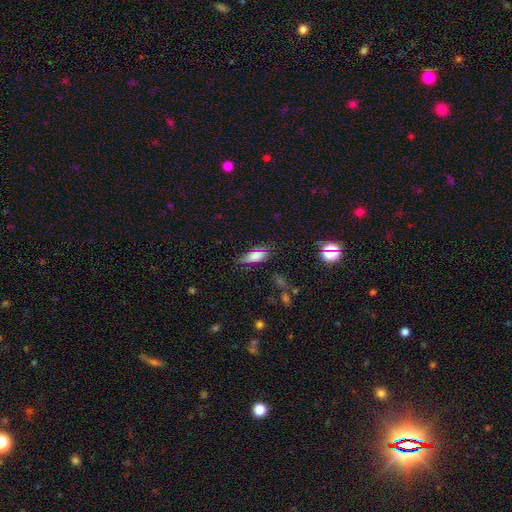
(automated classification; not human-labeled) Smooth or featured? Predicted: smooth (p=0.75). How rounded? Predicted: in between (p=0.79). Merging? Predicted: none (p=0.72).